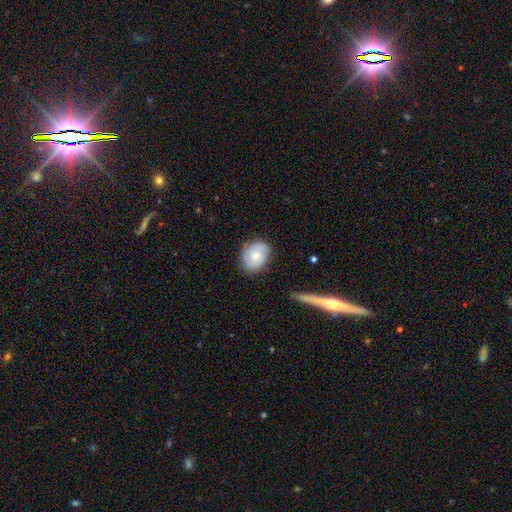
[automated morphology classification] A smooth galaxy with no disk features (64%) that is in between round and cigar-shaped (55%).

Vote fractions:
- Smooth or featured? smooth: 64% / featured or disk: 28% / star or artifact: 7%
- How rounded? in between: 55% / round: 44% / cigar-shaped: 1%
- Merging? none: 74% / minor disturbance: 20% / major disturbance: 4% / merger: 2%